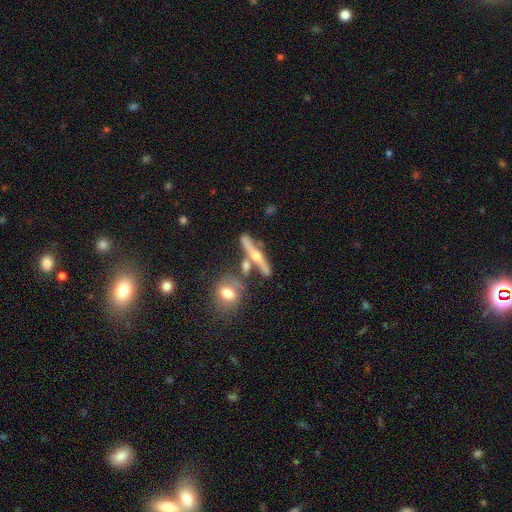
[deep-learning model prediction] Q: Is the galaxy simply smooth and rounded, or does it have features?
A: featured or disk — 73%.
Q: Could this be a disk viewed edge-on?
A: yes — 92%.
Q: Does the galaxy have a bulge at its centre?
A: rounded — 94%.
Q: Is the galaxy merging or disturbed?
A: none — 70%.